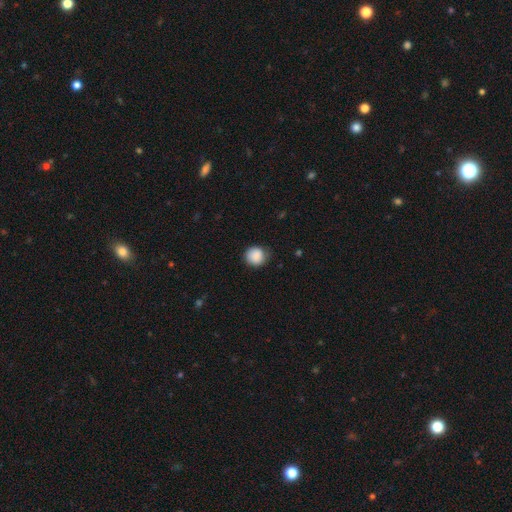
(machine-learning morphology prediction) Smooth or featured? smooth (88%)
How rounded? round (89%)
Merging? none (78%)